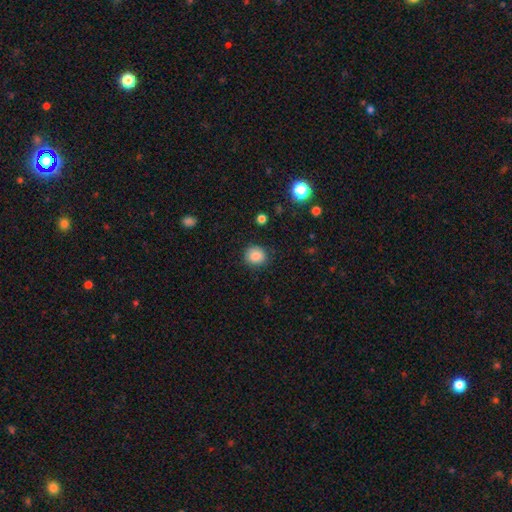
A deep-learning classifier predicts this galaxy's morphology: A smooth galaxy with no disk features (87%) that is round (84%). Merging: none (87%).